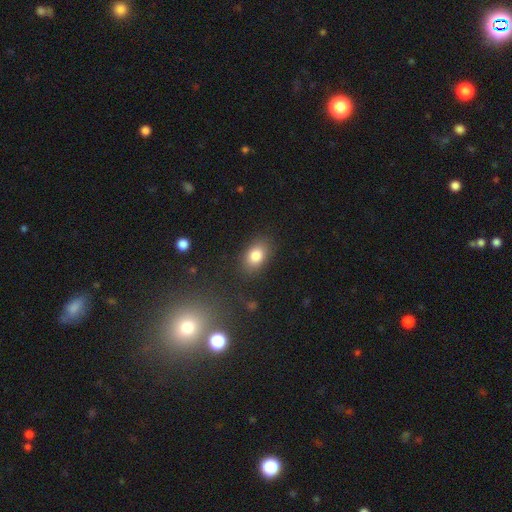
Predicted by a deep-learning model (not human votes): This appears to be a smooth galaxy with no disk features (82%) that is in between round and cigar-shaped (83%). Merging: none (84%).